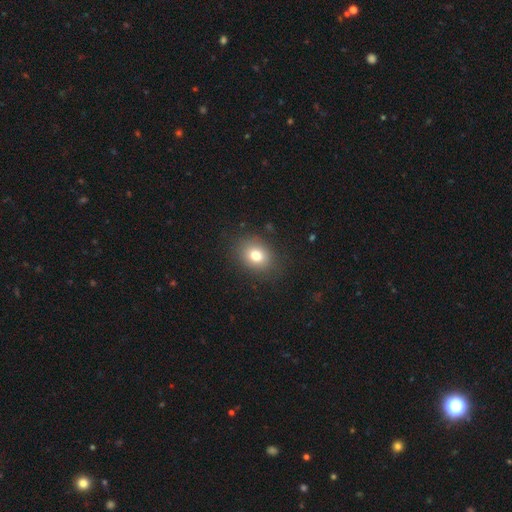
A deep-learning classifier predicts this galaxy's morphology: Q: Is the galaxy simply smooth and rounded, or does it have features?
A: smooth — 78%.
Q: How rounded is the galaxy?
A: in between — 51%.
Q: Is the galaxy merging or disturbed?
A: none — 85%.